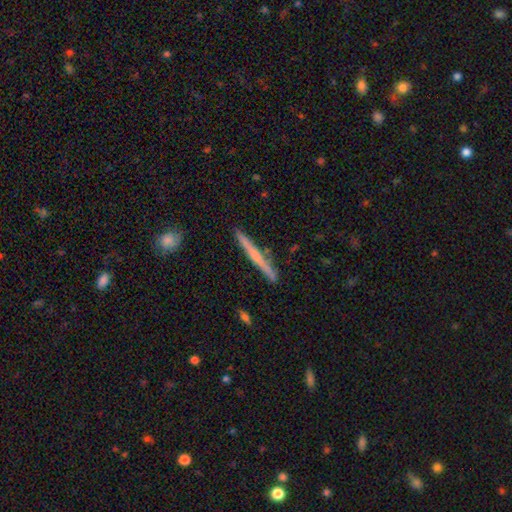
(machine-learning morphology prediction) smooth-or-featured: featured or disk: 59% | smooth: 36% | star or artifact: 6%
  disk-edge-on: yes: 98% | no: 2%
    edge-on-bulge: rounded: 56% | none: 38% | boxy: 6%
  merging: none: 90% | minor disturbance: 7% | merger: 2% | major disturbance: 1%